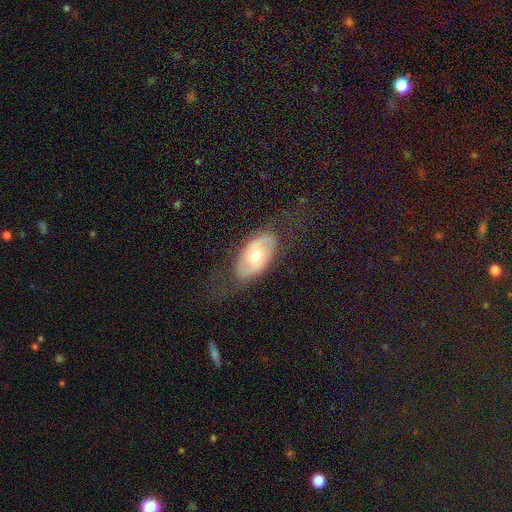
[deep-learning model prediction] Smooth or featured? featured or disk (52%)
Edge-on disk? no (88%)
Merging? none (70%)